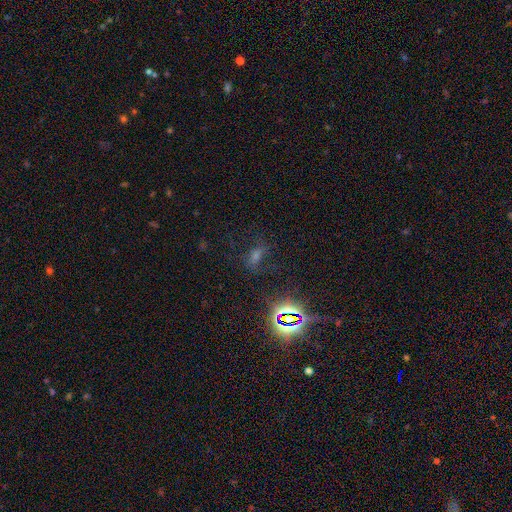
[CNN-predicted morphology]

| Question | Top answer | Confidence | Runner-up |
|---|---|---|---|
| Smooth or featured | star or artifact | 53% | smooth (30%) |